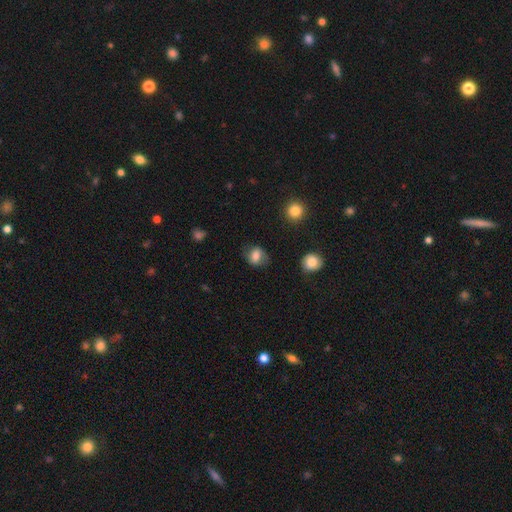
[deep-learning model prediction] Smooth or featured: smooth — 69% (featured or disk — 21%)
How rounded: in between — 51% (round — 47%)
Merging: none — 71% (minor disturbance — 19%)